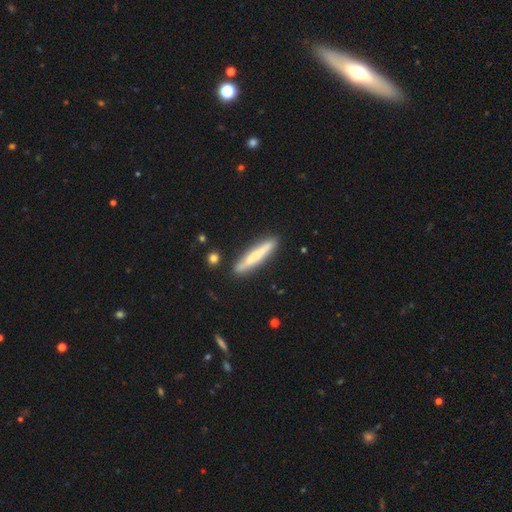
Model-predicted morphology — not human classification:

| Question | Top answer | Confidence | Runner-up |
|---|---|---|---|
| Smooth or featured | smooth | 58% | featured or disk (36%) |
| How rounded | cigar-shaped | 94% | in between (5%) |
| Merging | none | 87% | minor disturbance (9%) |